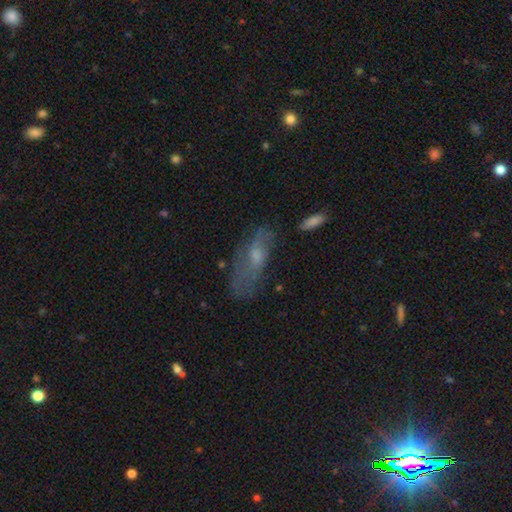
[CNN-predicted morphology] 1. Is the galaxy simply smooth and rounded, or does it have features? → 45% smooth, 44% featured or disk, 11% star or artifact.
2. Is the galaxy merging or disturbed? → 48% none, 27% minor disturbance, 21% major disturbance, 4% merger.